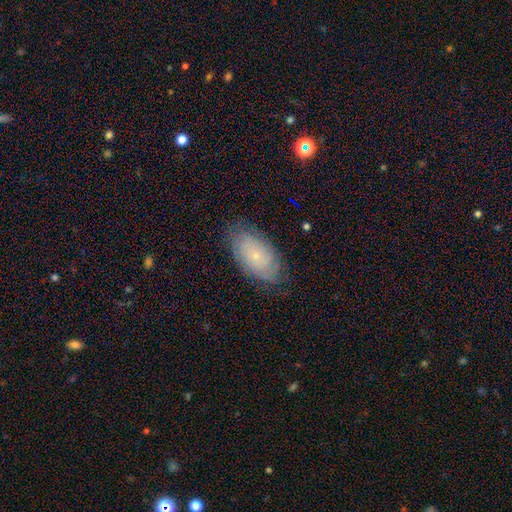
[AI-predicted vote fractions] Q: Smooth or featured?
A: smooth (46%); runner-up: featured or disk (45%)
Q: Merging?
A: none (77%); runner-up: minor disturbance (17%)